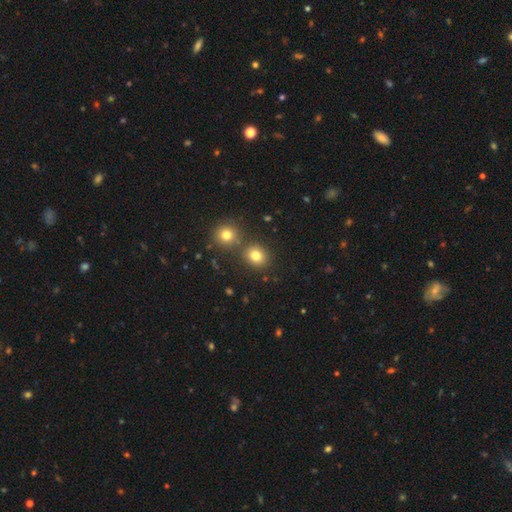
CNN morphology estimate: Overall: smooth (79%). How rounded: round (75%). Merging: none (74%).